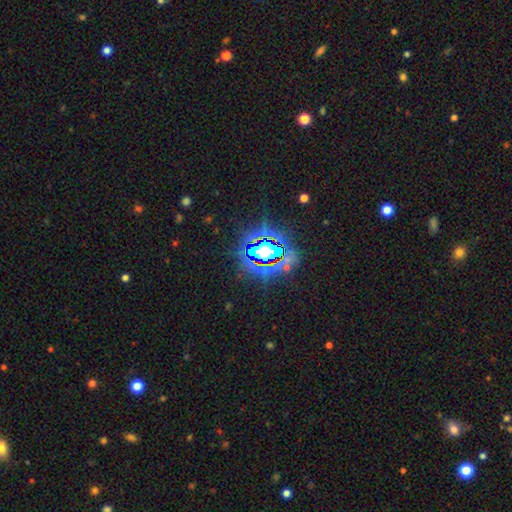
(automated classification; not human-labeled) This is clearly a star or artifact rather than a galaxy (82%).